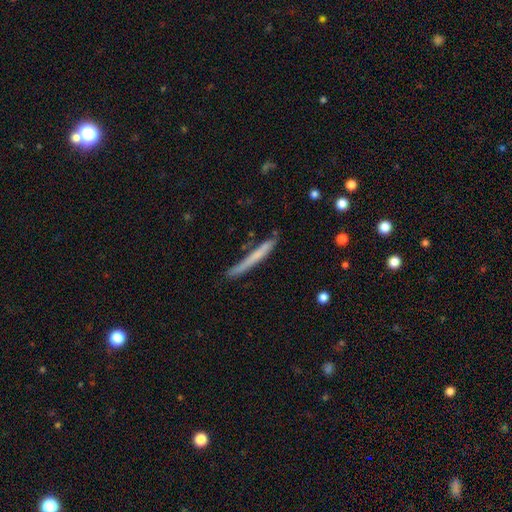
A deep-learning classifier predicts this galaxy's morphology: Smooth or featured: smooth — 59% (featured or disk — 35%)
How rounded: cigar-shaped — 96% (in between — 2%)
Merging: none — 76% (minor disturbance — 18%)